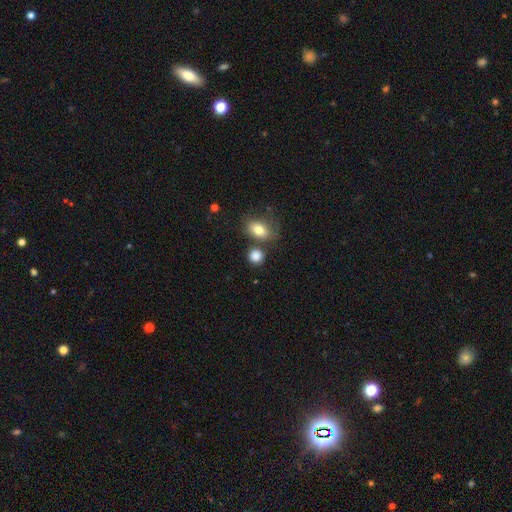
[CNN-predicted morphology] Q: Smooth or featured?
A: smooth (84%); runner-up: star or artifact (10%)
Q: How rounded?
A: round (78%); runner-up: in between (21%)
Q: Merging?
A: none (69%); runner-up: merger (16%)